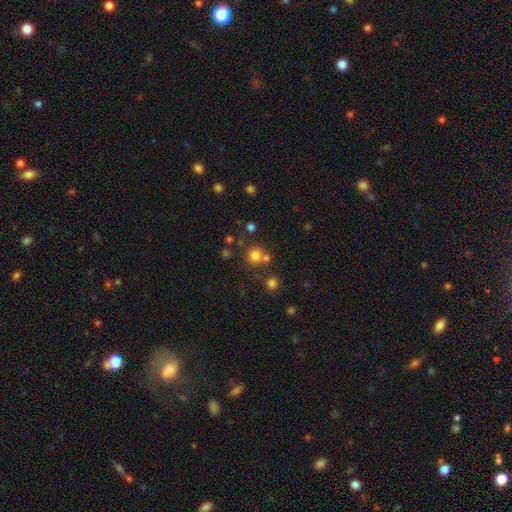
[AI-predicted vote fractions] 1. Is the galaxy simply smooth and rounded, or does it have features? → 76% smooth, 17% star or artifact, 7% featured or disk.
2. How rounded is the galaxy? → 91% round, 8% in between, 1% cigar-shaped.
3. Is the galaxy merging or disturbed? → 66% none, 23% merger, 8% minor disturbance, 3% major disturbance.